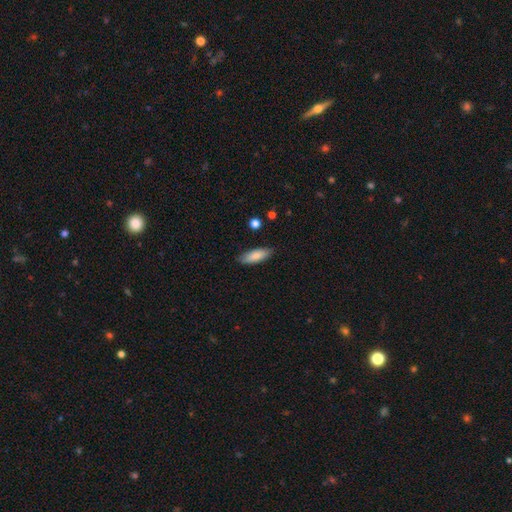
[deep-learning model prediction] The model was most divided on "how rounded": in between: 62%, cigar-shaped: 36%, round: 2%. More confident: merging — none (85%); smooth or featured — smooth (84%).